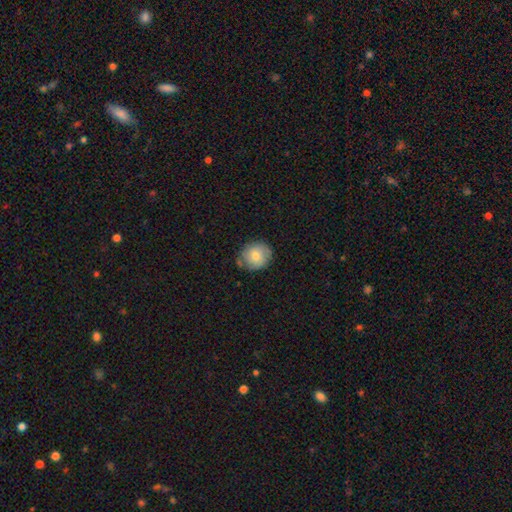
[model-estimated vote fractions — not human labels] Smooth or featured: smooth — 74% (featured or disk — 18%)
How rounded: round — 80% (in between — 19%)
Merging: none — 75% (minor disturbance — 18%)